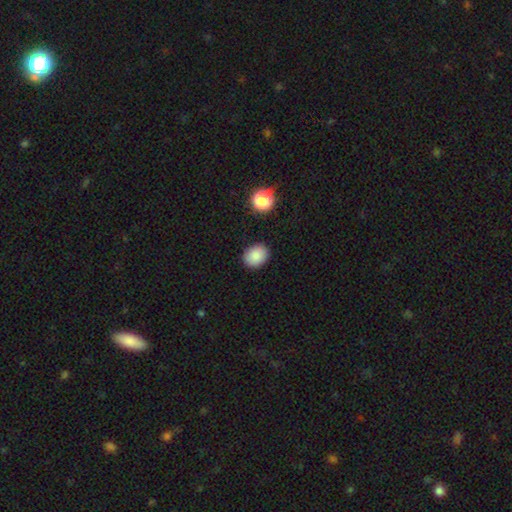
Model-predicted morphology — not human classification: This is clearly a smooth galaxy (87%). How rounded: possibly in between (54%). Merging: clearly none (89%).